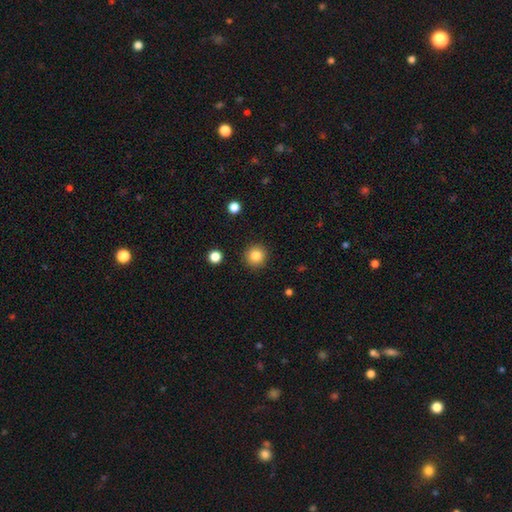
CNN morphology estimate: smooth_or_featured: smooth (p=0.84) [alt: star or artifact p=0.10]
how_rounded: round (p=0.94) [alt: in between p=0.05]
merging: none (p=0.91) [alt: minor disturbance p=0.06]